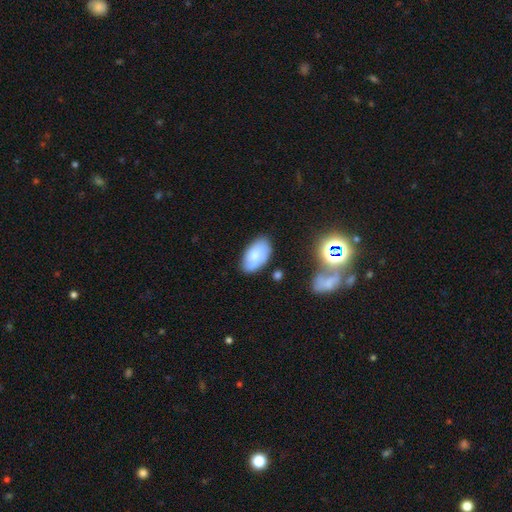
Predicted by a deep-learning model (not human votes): Overall: smooth (65%; featured or disk 27%). How rounded: in between (93%). Merging: none (74%).